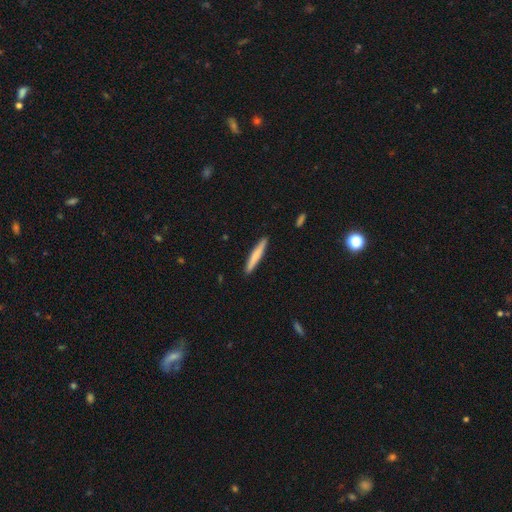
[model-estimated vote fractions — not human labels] Q: Smooth or featured?
A: smooth (71%); runner-up: featured or disk (24%)
Q: How rounded?
A: cigar-shaped (95%); runner-up: in between (4%)
Q: Merging?
A: none (91%); runner-up: minor disturbance (6%)